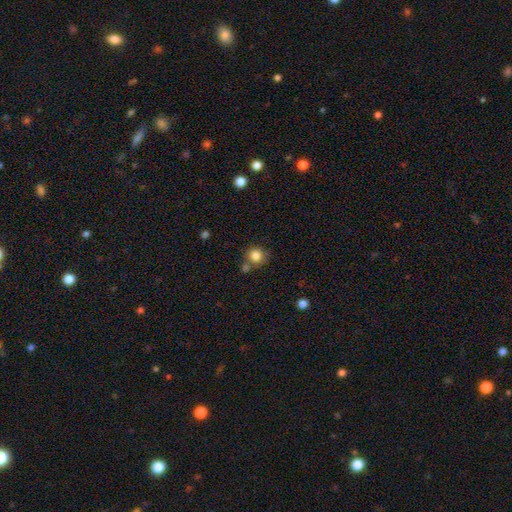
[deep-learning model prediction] Overall: smooth (84%). How rounded: round (90%). Merging: none (67%).